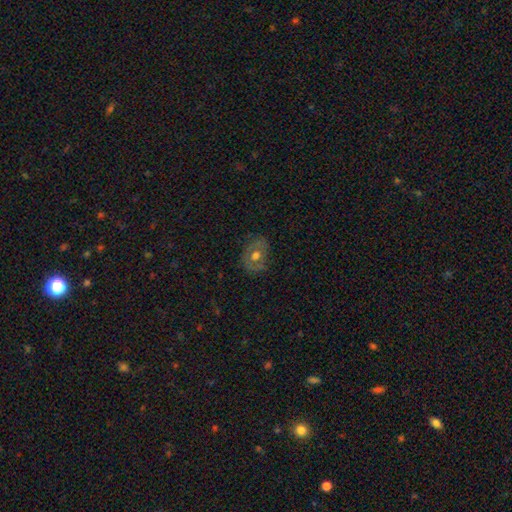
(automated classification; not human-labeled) A featured or disk galaxy (47%).

Vote fractions:
- Smooth or featured? featured or disk: 47% / smooth: 43% / star or artifact: 10%
- Merging? none: 74% / minor disturbance: 18% / major disturbance: 6% / merger: 2%